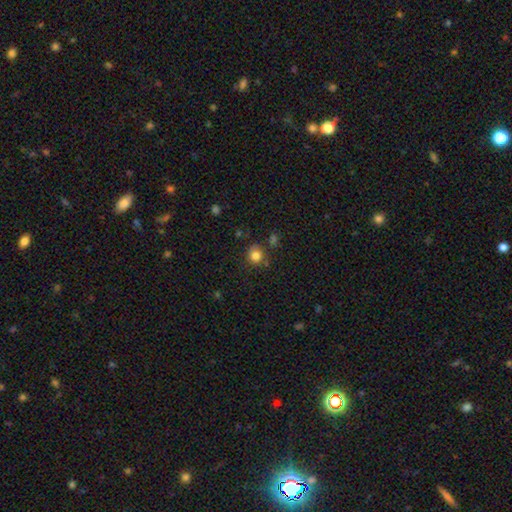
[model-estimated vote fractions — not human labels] This appears to be a smooth galaxy with no disk features (82%) that is round (85%). Merging: none (74%).